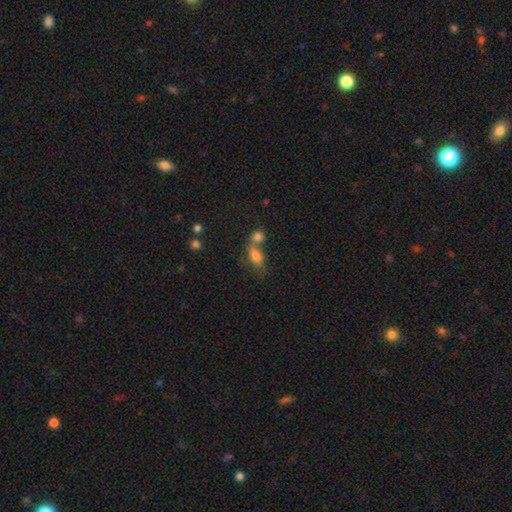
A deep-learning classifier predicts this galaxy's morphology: smooth_or_featured: smooth (p=0.77) [alt: featured or disk p=0.12]
how_rounded: in between (p=0.80) [alt: round p=0.15]
merging: merger (p=0.55) [alt: none p=0.27]